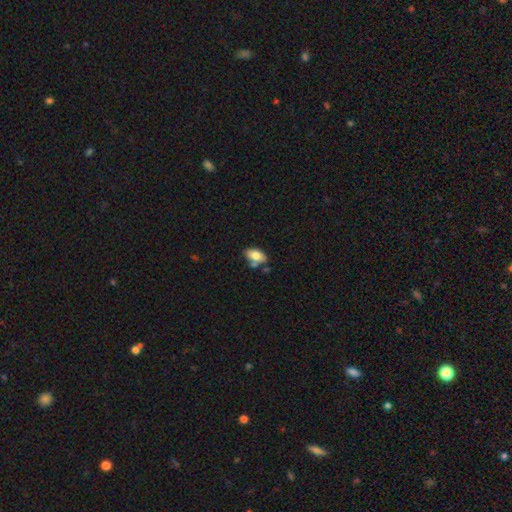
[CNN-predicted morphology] smooth 79%, featured or disk 14%, star or artifact 7%. Down the decision tree: how rounded — in between (92%); merging — none (64%).